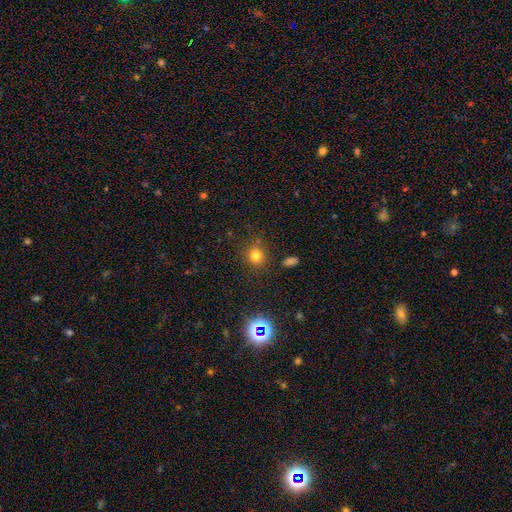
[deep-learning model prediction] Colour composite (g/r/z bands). It shows a smooth galaxy with no disk features (75%) that is round (85%). Merging: none (81%).